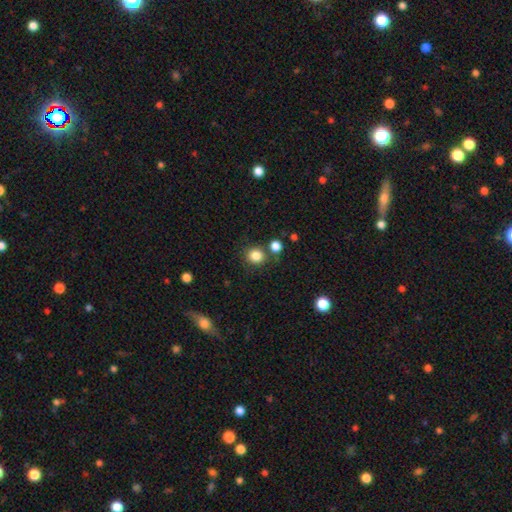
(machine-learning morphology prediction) type=smooth (84%); roundness=round (88%); merging=none (78%).